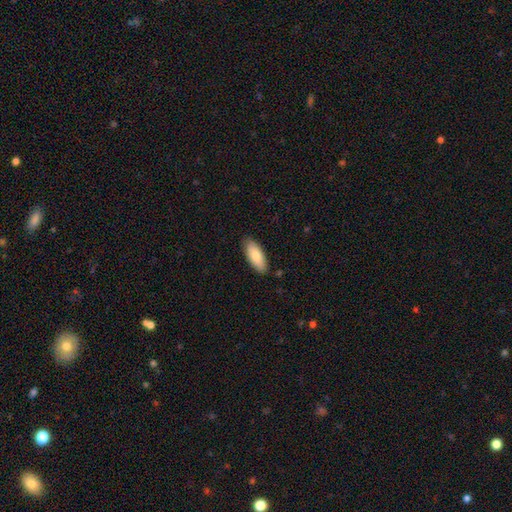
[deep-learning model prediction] This is clearly a smooth galaxy (83%). How rounded: clearly in between (80%). Merging: clearly none (85%).